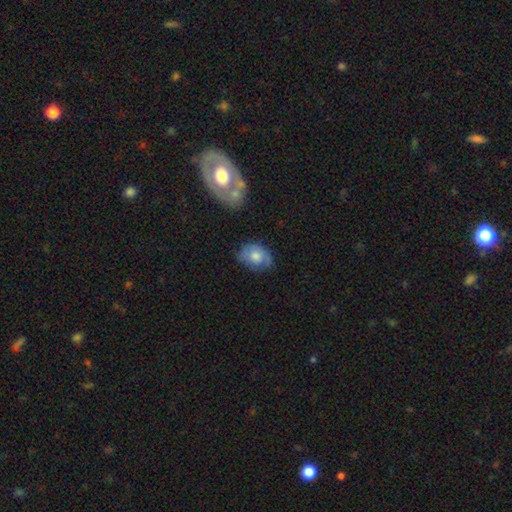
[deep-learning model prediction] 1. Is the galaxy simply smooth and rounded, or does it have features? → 65% smooth, 28% featured or disk, 8% star or artifact.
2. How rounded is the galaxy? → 73% in between, 26% round, 1% cigar-shaped.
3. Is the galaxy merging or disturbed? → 57% none, 31% minor disturbance, 9% major disturbance, 3% merger.